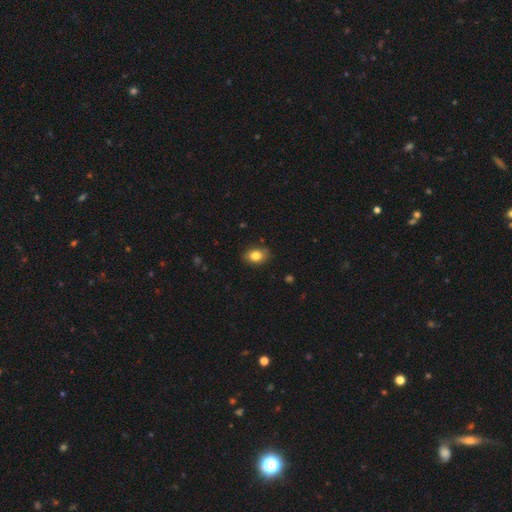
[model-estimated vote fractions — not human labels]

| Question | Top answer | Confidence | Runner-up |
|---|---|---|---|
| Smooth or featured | smooth | 83% | star or artifact (9%) |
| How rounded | in between | 74% | round (24%) |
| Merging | none | 84% | minor disturbance (13%) |